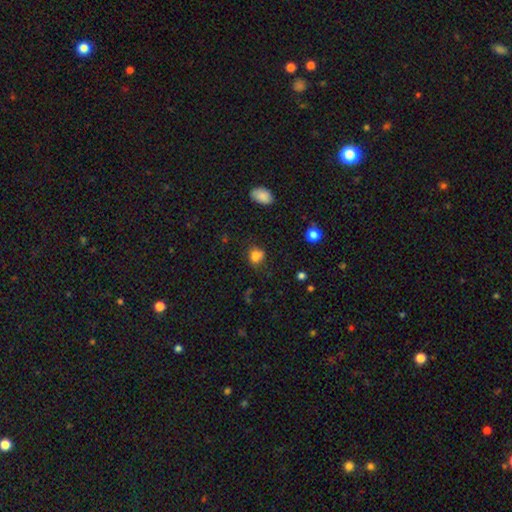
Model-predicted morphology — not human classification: Smooth or featured? Predicted: smooth (p=0.77). How rounded? Predicted: round (p=0.54). Merging? Predicted: none (p=0.56).